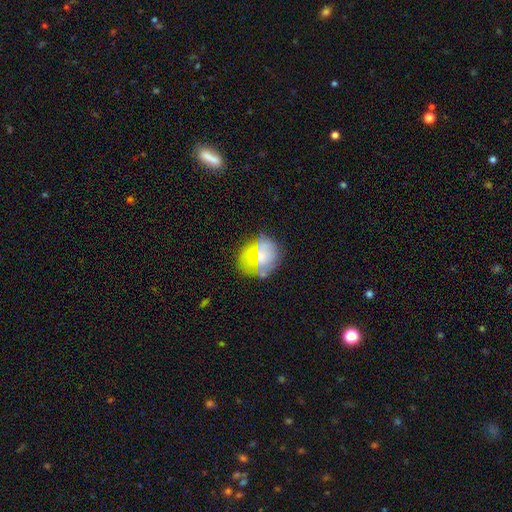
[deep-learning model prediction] A smooth galaxy with no disk features (62%) that is round (68%).

Vote fractions:
- Smooth or featured? smooth: 62% / featured or disk: 23% / star or artifact: 16%
- How rounded? round: 68% / in between: 30% / cigar-shaped: 2%
- Merging? none: 67% / minor disturbance: 20% / major disturbance: 8% / merger: 5%